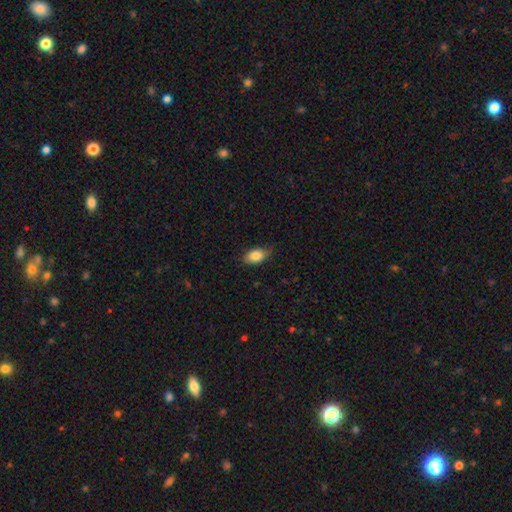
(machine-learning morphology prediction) Overall: smooth (84%). How rounded: in between (90%). Merging: none (74%).